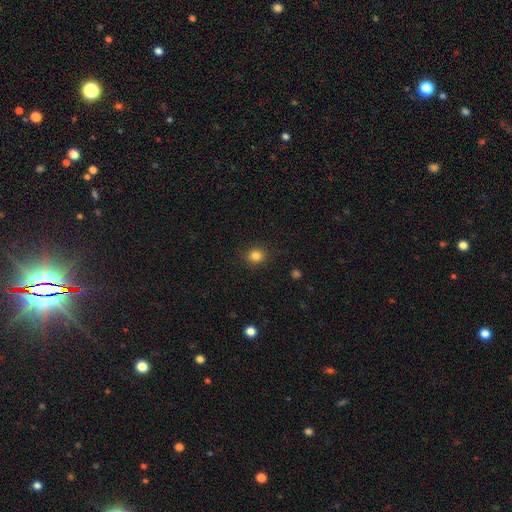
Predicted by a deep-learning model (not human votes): Smooth or featured?
  - smooth: 83% *
  - star or artifact: 12%
  - featured or disk: 5%
How rounded?
  - round: 85% *
  - in between: 14%
  - cigar-shaped: 1%
Merging?
  - none: 89% *
  - minor disturbance: 7%
  - major disturbance: 3%
  - merger: 1%